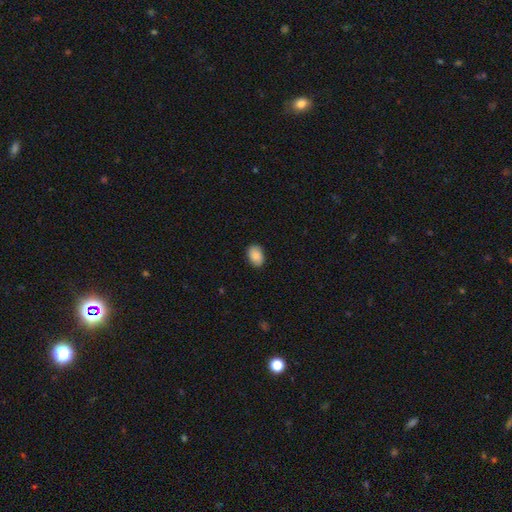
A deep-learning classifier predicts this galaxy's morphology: smooth-or-featured: smooth: 87% | star or artifact: 7% | featured or disk: 6%
  how-rounded: in between: 83% | round: 16% | cigar-shaped: 1%
  merging: none: 87% | minor disturbance: 10% | major disturbance: 2% | merger: 1%